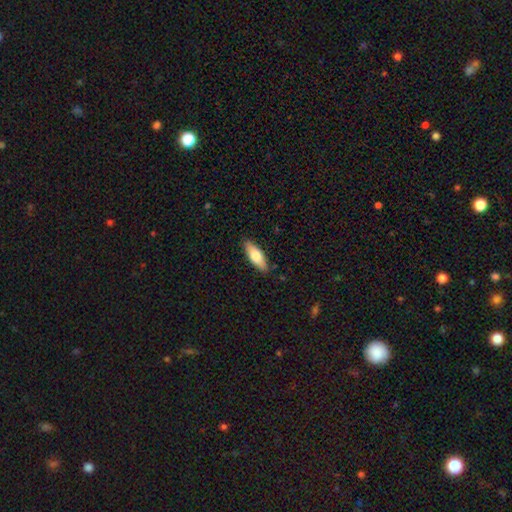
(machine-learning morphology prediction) This is likely a smooth galaxy (70%). How rounded: likely in between (66%). Merging: clearly none (88%).